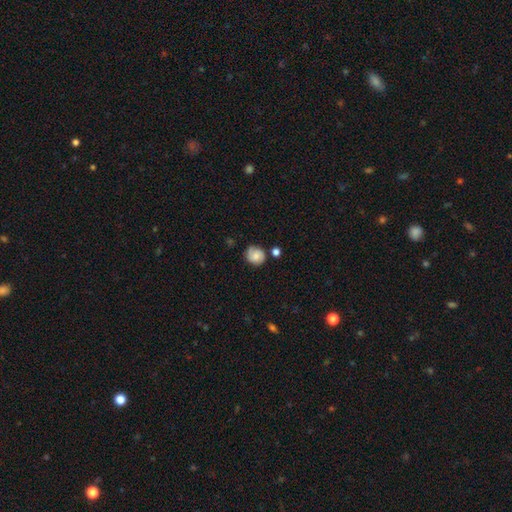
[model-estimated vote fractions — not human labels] This appears to be a smooth galaxy with no disk features (62%) that is round (76%). Merging: none (69%).